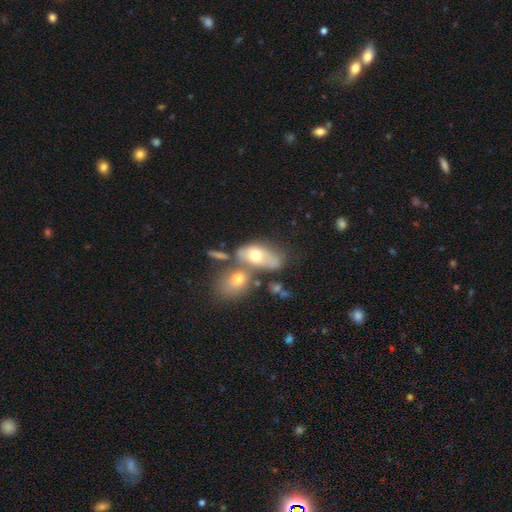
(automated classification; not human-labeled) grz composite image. It shows a smooth galaxy with no disk features (58%) that is in between round and cigar-shaped (83%). Merging: merger (50%).